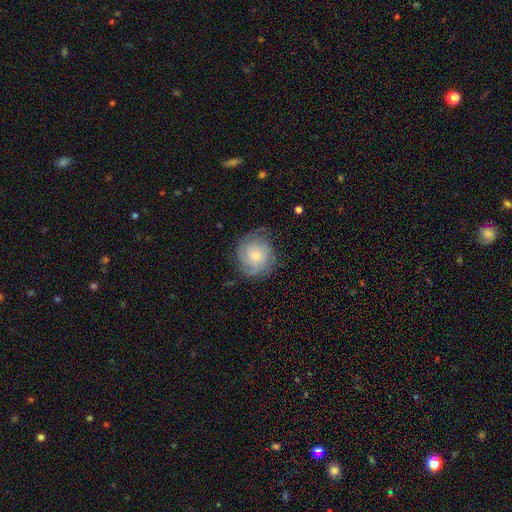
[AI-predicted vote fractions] featured or disk 63%, smooth 29%, star or artifact 8%. Down the decision tree: edge-on disk — no (98%); bar — no (79%); spiral arms — yes (90%); spiral arm count — can't tell (39%); spiral winding — tight (64%); bulge size — small (60%); merging — none (74%).